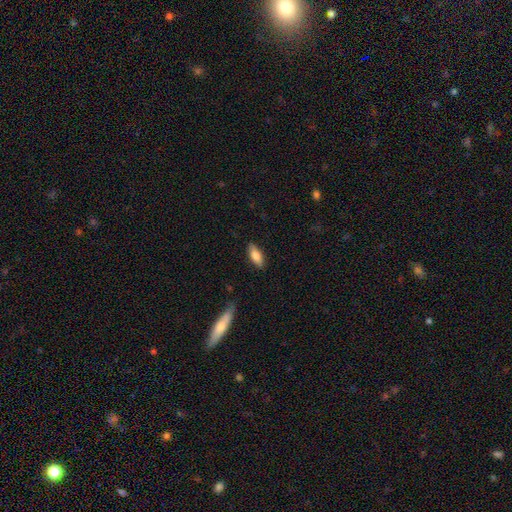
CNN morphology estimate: Smooth or featured? smooth (77%)
How rounded? in between (73%)
Merging? none (85%)